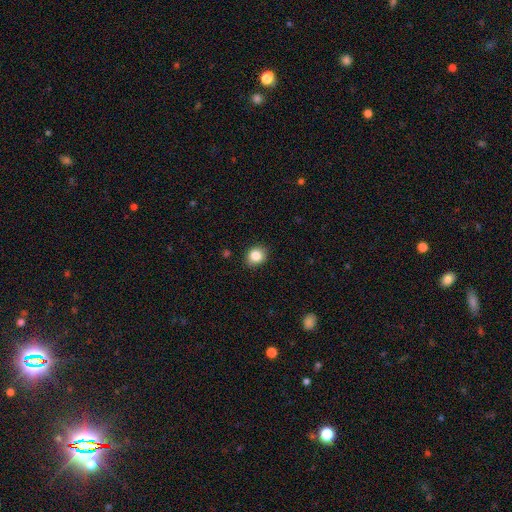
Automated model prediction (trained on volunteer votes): A smooth galaxy with no disk features (85%) that is round (74%). Merging: none (88%).